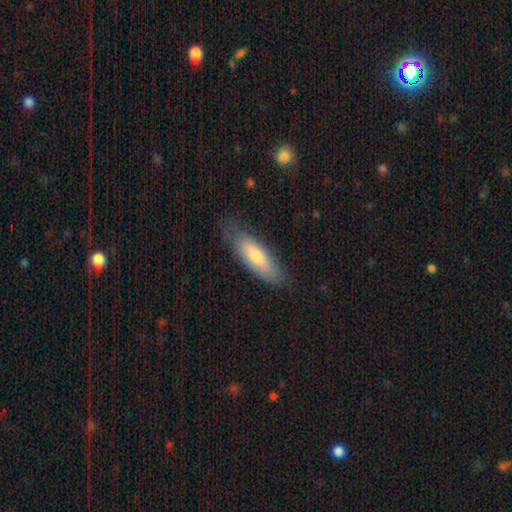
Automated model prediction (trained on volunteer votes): Smooth or featured?
  - smooth: 71% *
  - featured or disk: 23%
  - star or artifact: 6%
How rounded?
  - in between: 64% *
  - cigar-shaped: 34%
  - round: 2%
Merging?
  - none: 67% *
  - minor disturbance: 24%
  - major disturbance: 7%
  - merger: 1%